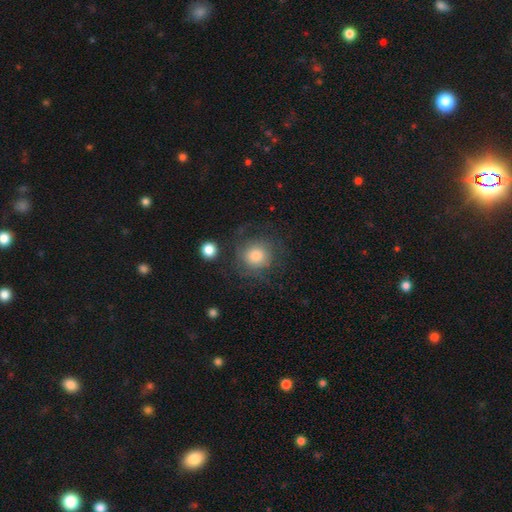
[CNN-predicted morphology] Overall: smooth (67%). How rounded: round (90%). Merging: none (67%).